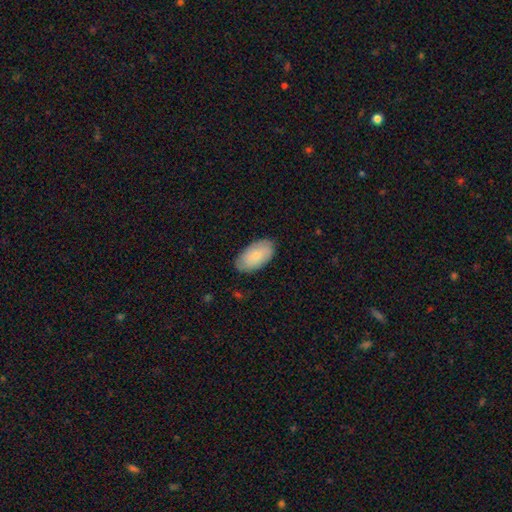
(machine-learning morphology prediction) A smooth galaxy with no disk features (75%) that is in between round and cigar-shaped (95%).

Vote fractions:
- Smooth or featured? smooth: 75% / featured or disk: 19% / star or artifact: 6%
- How rounded? in between: 95% / round: 3% / cigar-shaped: 2%
- Merging? none: 83% / minor disturbance: 14% / major disturbance: 2% / merger: 1%